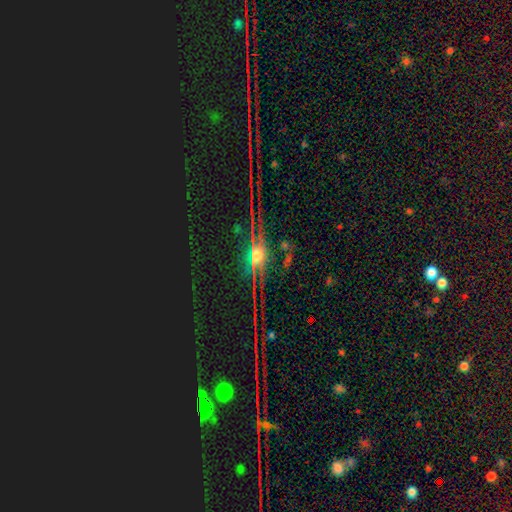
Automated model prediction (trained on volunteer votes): A star or artifact, not a galaxy (44%).

Vote fractions:
- Smooth or featured? star or artifact: 44% / featured or disk: 36% / smooth: 19%